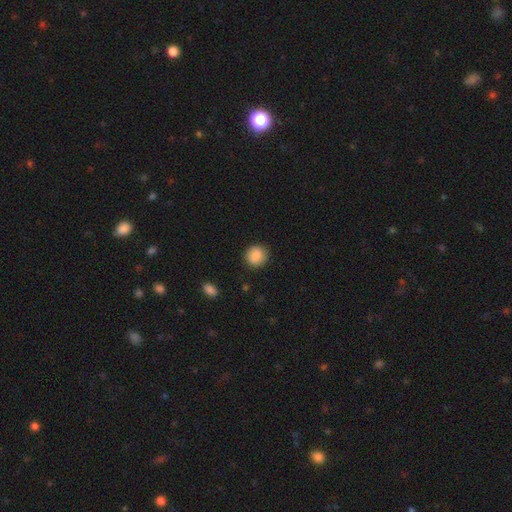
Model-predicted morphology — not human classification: A smooth galaxy with no disk features (87%) that is round (88%). Merging: none (88%).